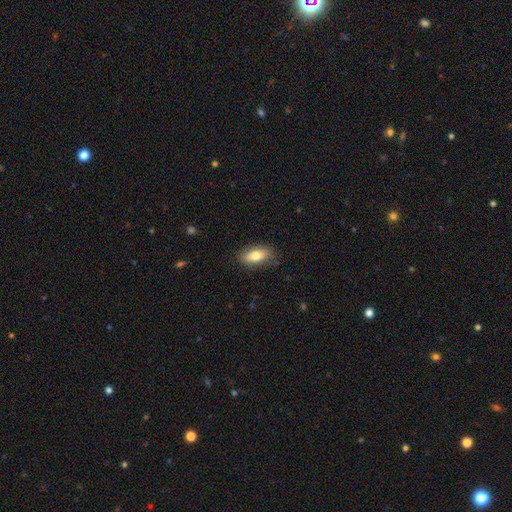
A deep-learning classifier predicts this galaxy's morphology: Smooth or featured? smooth (74%)
How rounded? in between (83%)
Merging? none (82%)